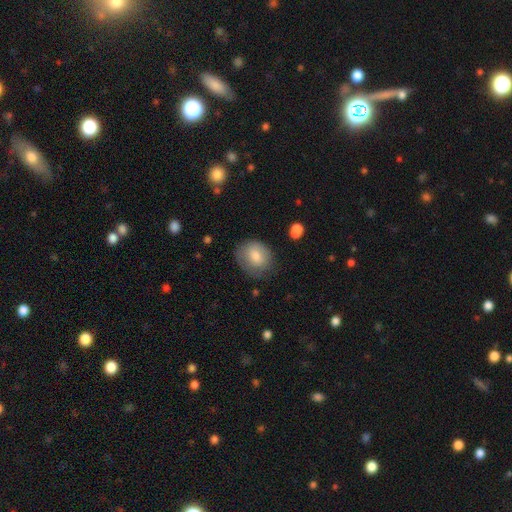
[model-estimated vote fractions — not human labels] Overall: smooth (75%). How rounded: round (58%; in between 41%). Merging: none (69%).